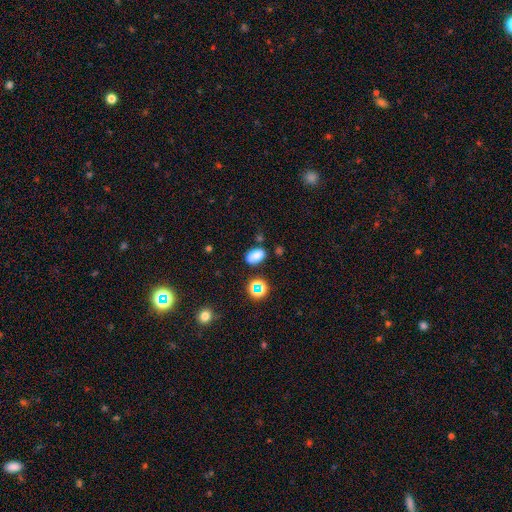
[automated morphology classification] A smooth galaxy with no disk features (78%) that is in between round and cigar-shaped (87%). Merging: none (76%).